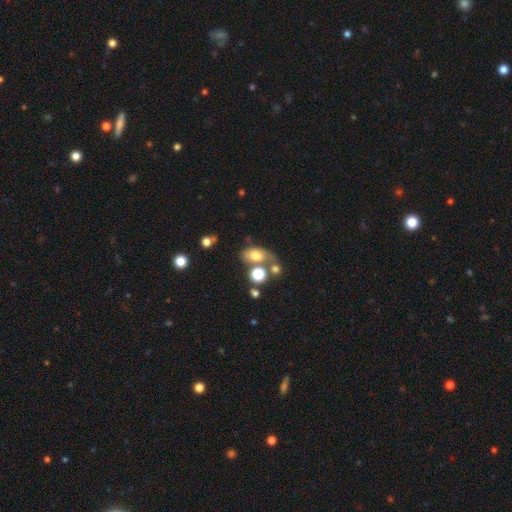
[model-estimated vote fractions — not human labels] smooth_or_featured: smooth (p=0.72) [alt: featured or disk p=0.16]
how_rounded: in between (p=0.80) [alt: round p=0.17]
merging: none (p=0.39) [alt: merger p=0.29]